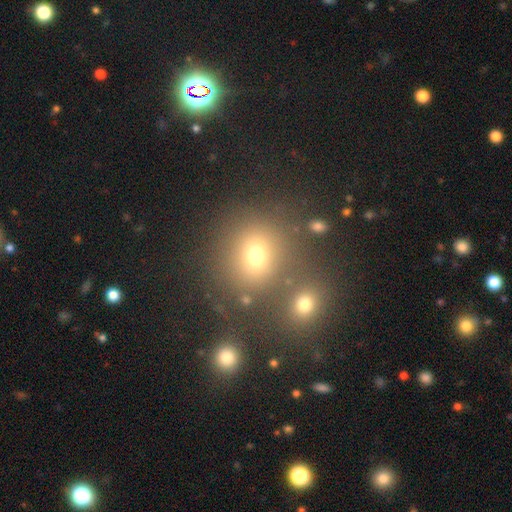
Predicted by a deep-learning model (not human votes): This appears to be a smooth galaxy with no disk features (65%) that is round (75%). Merging: none (69%).